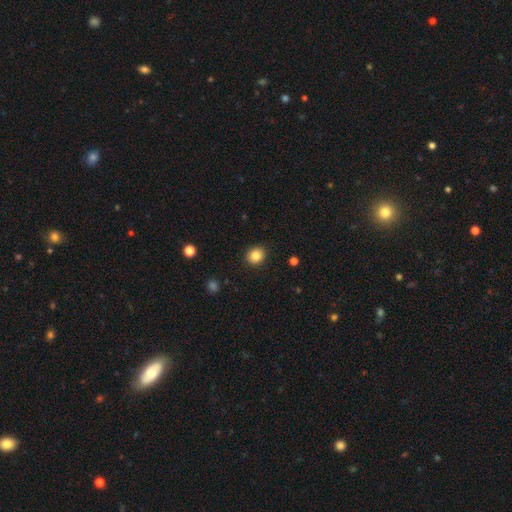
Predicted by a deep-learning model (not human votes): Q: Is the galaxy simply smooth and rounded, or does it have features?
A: smooth — 85%.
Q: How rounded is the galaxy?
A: round — 78%.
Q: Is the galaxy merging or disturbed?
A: none — 91%.